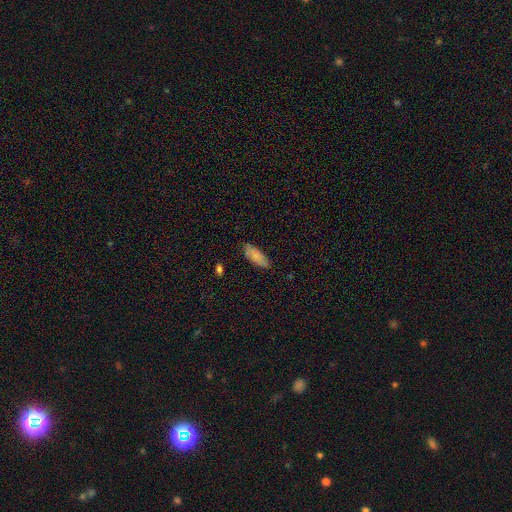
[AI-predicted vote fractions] A smooth galaxy with no disk features (82%) that is in between round and cigar-shaped (74%).

Vote fractions:
- Smooth or featured? smooth: 82% / featured or disk: 11% / star or artifact: 7%
- How rounded? in between: 74% / cigar-shaped: 25% / round: 2%
- Merging? none: 76% / minor disturbance: 18% / major disturbance: 3% / merger: 2%